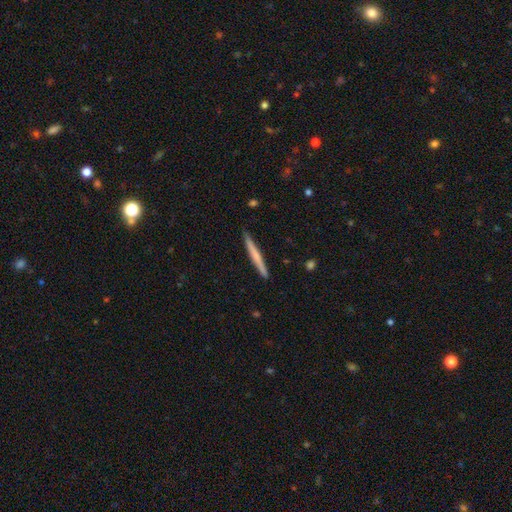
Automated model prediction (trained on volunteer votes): This is possibly a smooth galaxy (55%). How rounded: clearly cigar-shaped (97%). Merging: clearly none (91%).